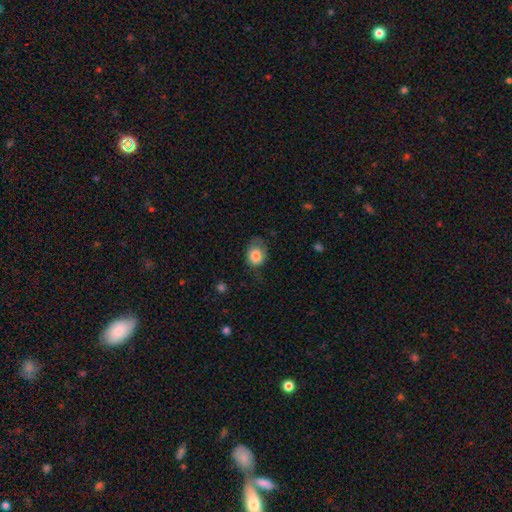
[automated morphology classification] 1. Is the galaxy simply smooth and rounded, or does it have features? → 83% smooth, 9% star or artifact, 8% featured or disk.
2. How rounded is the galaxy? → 54% round, 46% in between, 1% cigar-shaped.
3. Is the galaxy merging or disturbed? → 47% none, 35% minor disturbance, 16% major disturbance, 2% merger.